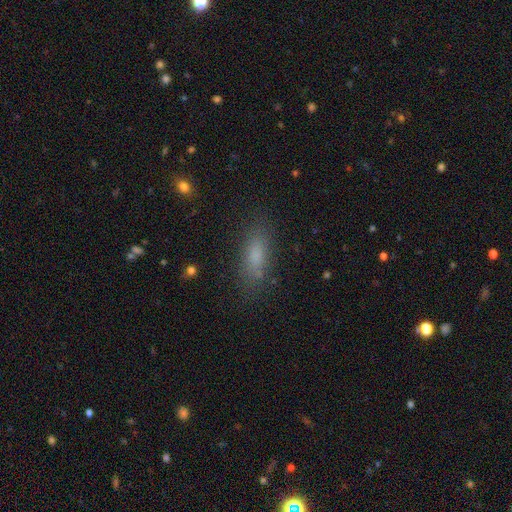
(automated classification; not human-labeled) Q: Smooth or featured?
A: smooth (78%); runner-up: featured or disk (11%)
Q: How rounded?
A: in between (63%); runner-up: cigar-shaped (34%)
Q: Merging?
A: none (81%); runner-up: minor disturbance (13%)